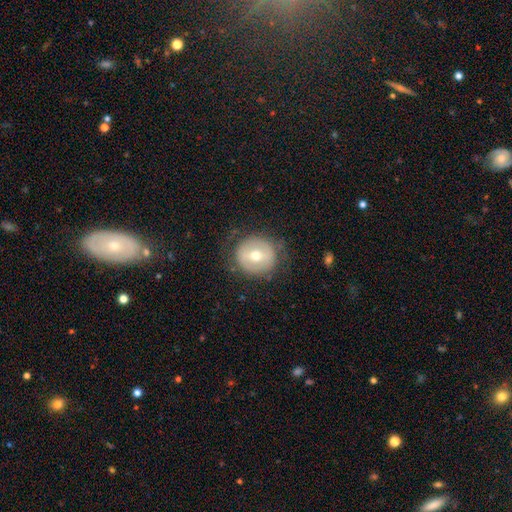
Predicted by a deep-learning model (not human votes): Smooth or featured? smooth (49%)
Merging? none (75%)